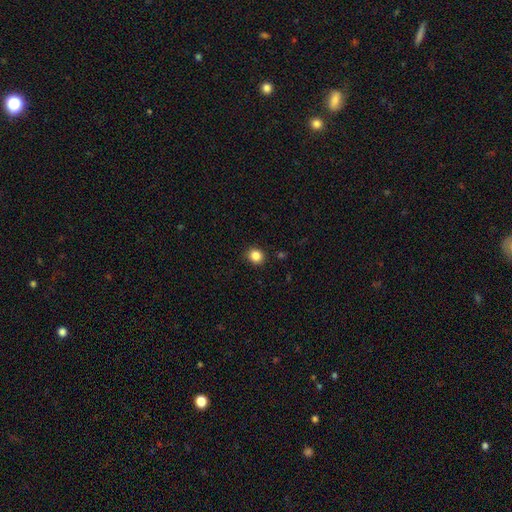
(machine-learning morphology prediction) This is clearly a smooth galaxy (85%). How rounded: likely round (80%). Merging: clearly none (90%).